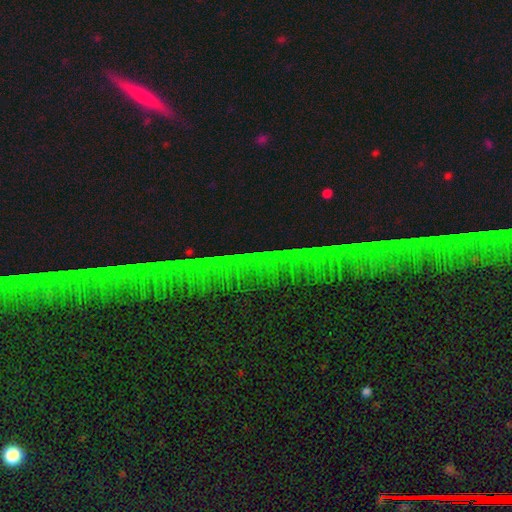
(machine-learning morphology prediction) A star or artifact, not a galaxy (76%).

Vote fractions:
- Smooth or featured? star or artifact: 76% / featured or disk: 13% / smooth: 11%